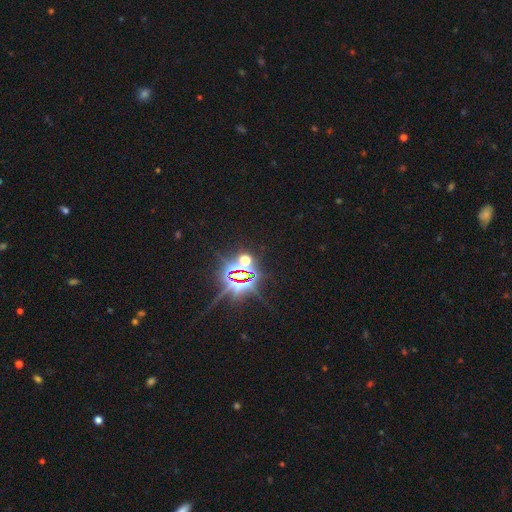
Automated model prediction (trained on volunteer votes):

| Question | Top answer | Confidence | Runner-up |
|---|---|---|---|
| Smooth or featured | star or artifact | 86% | smooth (8%) |